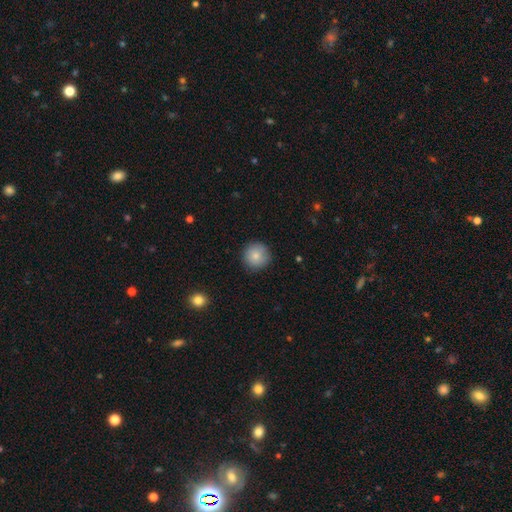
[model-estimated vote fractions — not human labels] A smooth galaxy with no disk features (82%) that is round (95%). Merging: none (88%).